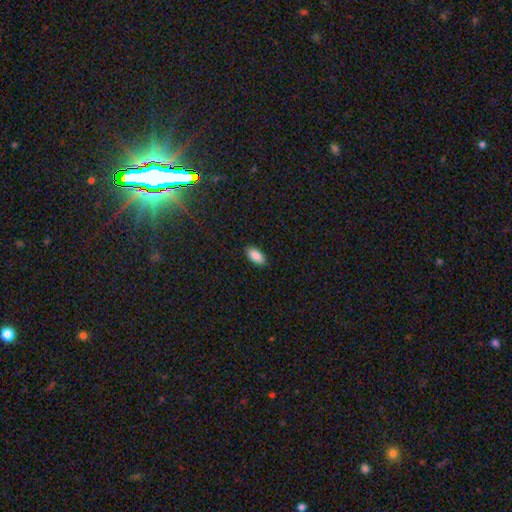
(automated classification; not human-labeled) smooth_or_featured: smooth (p=0.89) [alt: star or artifact p=0.07]
how_rounded: in between (p=0.93) [alt: cigar-shaped p=0.05]
merging: none (p=0.89) [alt: minor disturbance p=0.08]